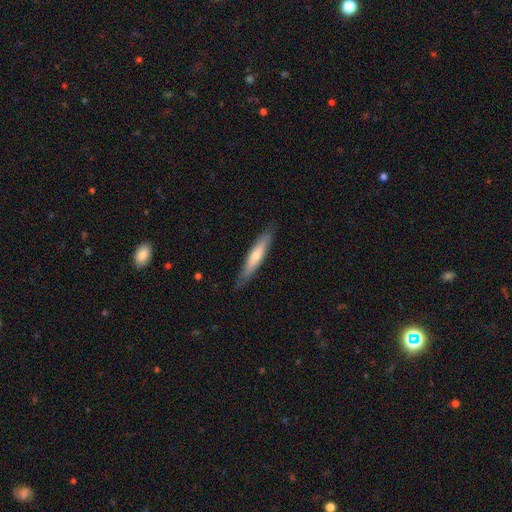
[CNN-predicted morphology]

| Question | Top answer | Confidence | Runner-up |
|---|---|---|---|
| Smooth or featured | smooth | 52% | featured or disk (42%) |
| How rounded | cigar-shaped | 91% | in between (8%) |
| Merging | none | 87% | minor disturbance (10%) |